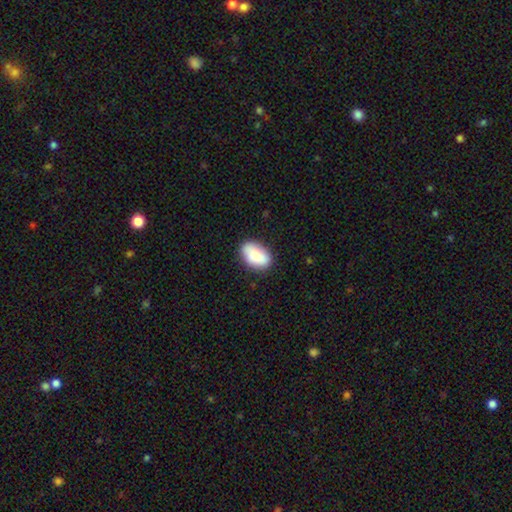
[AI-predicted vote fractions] smooth_or_featured: smooth (p=0.82) [alt: featured or disk p=0.12]
how_rounded: in between (p=0.91) [alt: round p=0.07]
merging: none (p=0.81) [alt: minor disturbance p=0.15]